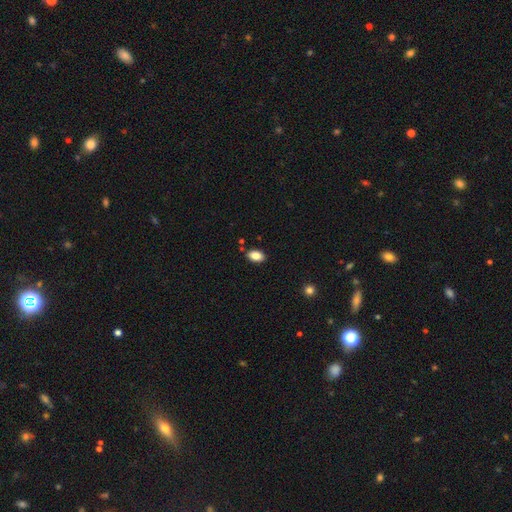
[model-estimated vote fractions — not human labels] Smooth or featured?
  - smooth: 86% *
  - star or artifact: 8%
  - featured or disk: 5%
How rounded?
  - in between: 90% *
  - round: 8%
  - cigar-shaped: 2%
Merging?
  - none: 85% *
  - minor disturbance: 10%
  - merger: 3%
  - major disturbance: 2%